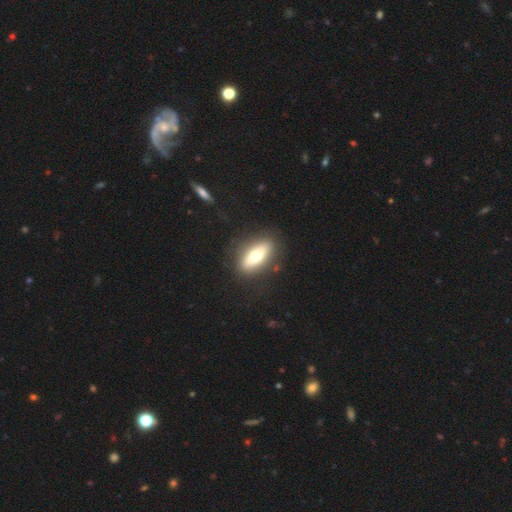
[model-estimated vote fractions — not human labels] This is likely a smooth galaxy (61%). How rounded: likely in between (74%). Merging: clearly none (84%).